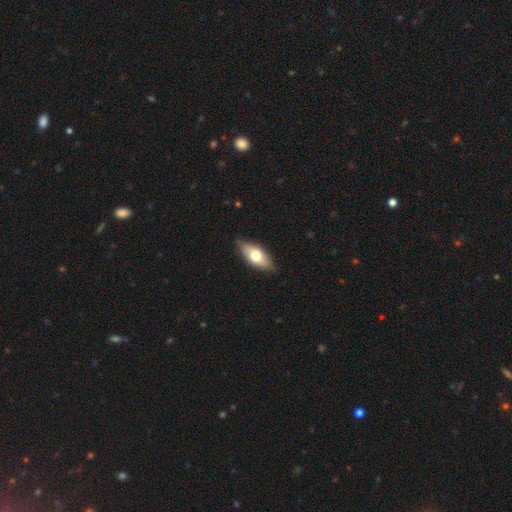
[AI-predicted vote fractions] smooth 67%, featured or disk 27%, star or artifact 6%. Down the decision tree: how rounded — in between (84%); merging — none (82%).